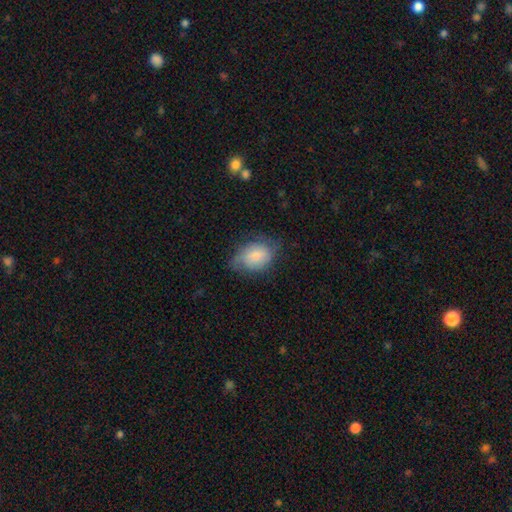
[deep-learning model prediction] This is likely a smooth galaxy (68%). How rounded: likely in between (68%). Merging: possibly none (50%).